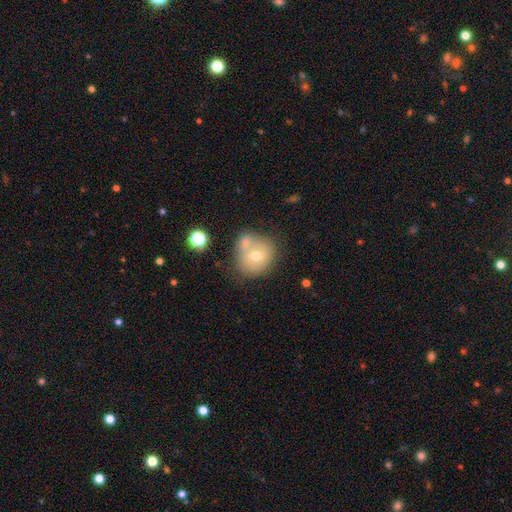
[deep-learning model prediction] Overall: smooth (62%; featured or disk 28%). How rounded: round (80%). Merging: merger (43%; none 39%).